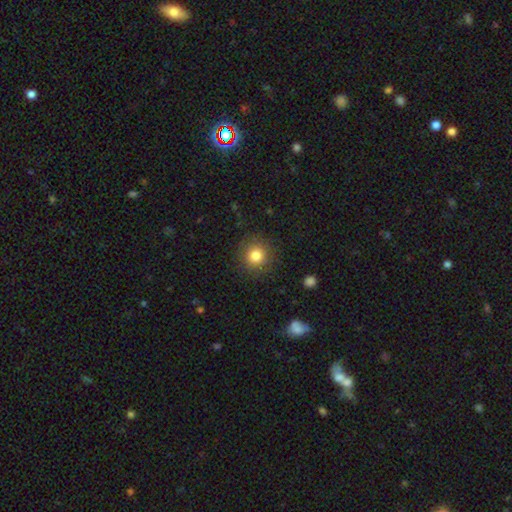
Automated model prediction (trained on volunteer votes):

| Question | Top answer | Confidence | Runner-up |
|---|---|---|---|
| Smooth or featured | smooth | 81% | star or artifact (11%) |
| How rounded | round | 93% | in between (6%) |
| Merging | none | 88% | minor disturbance (8%) |